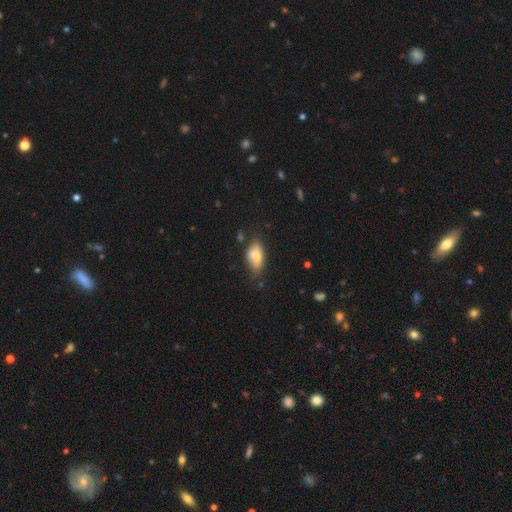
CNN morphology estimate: A smooth galaxy with no disk features (72%) that is in between round and cigar-shaped (89%).

Vote fractions:
- Smooth or featured? smooth: 72% / featured or disk: 20% / star or artifact: 8%
- How rounded? in between: 89% / round: 6% / cigar-shaped: 5%
- Merging? none: 59% / minor disturbance: 29% / major disturbance: 8% / merger: 4%